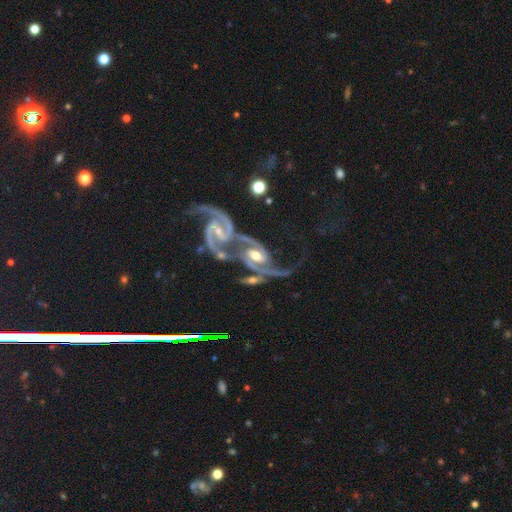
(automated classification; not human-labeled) featured or disk 91%, star or artifact 4%, smooth 4%. Down the decision tree: edge-on disk — no (96%); bar — weak (42%); spiral arms — yes (97%); spiral arm count — 2 (90%); spiral winding — medium (52%); bulge size — moderate (56%); merging — merger (65%).